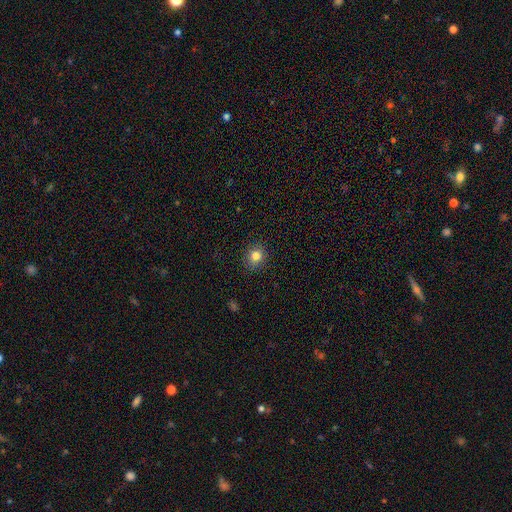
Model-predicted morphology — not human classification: Smooth or featured? smooth (82%)
How rounded? round (79%)
Merging? none (89%)